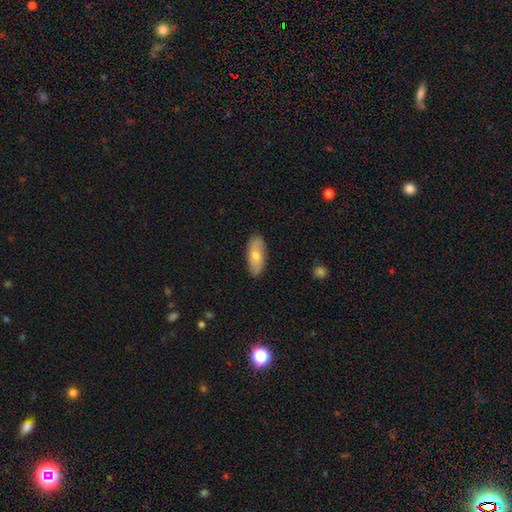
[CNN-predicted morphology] A smooth galaxy with no disk features (67%) that is in between round and cigar-shaped (84%). Merging: none (84%).